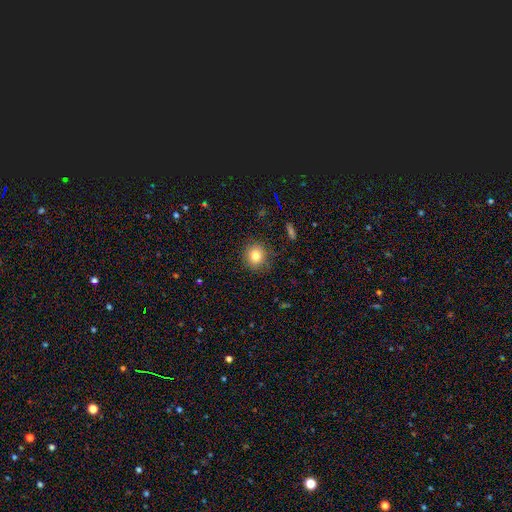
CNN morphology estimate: Smooth or featured?
  - smooth: 81% *
  - star or artifact: 11%
  - featured or disk: 8%
How rounded?
  - round: 83% *
  - in between: 16%
  - cigar-shaped: 1%
Merging?
  - none: 86% *
  - minor disturbance: 10%
  - major disturbance: 3%
  - merger: 1%